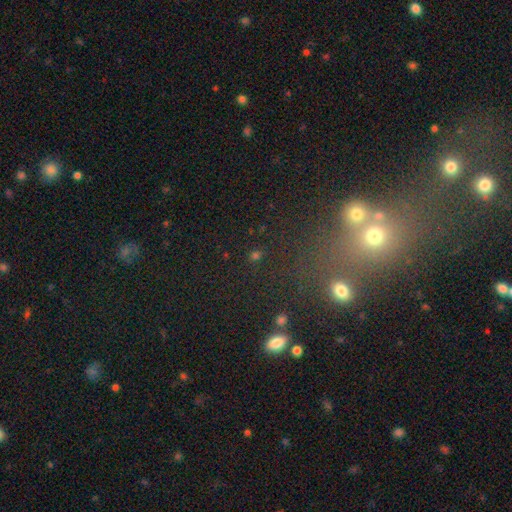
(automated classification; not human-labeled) Smooth or featured? smooth (54%)
How rounded? round (61%)
Merging? none (77%)